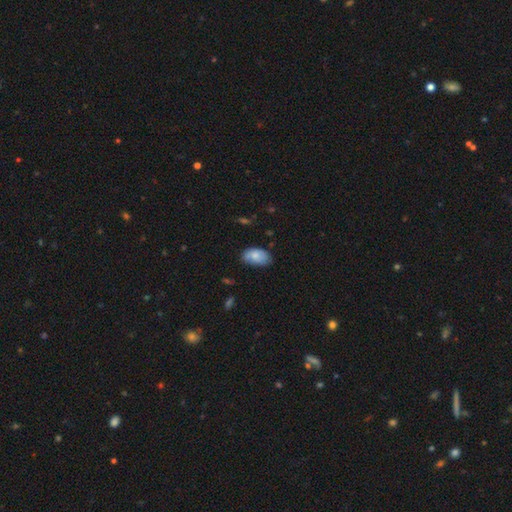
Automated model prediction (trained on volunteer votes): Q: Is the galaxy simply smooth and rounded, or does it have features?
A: smooth — 75%.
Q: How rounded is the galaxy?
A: in between — 92%.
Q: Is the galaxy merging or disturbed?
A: none — 64%.